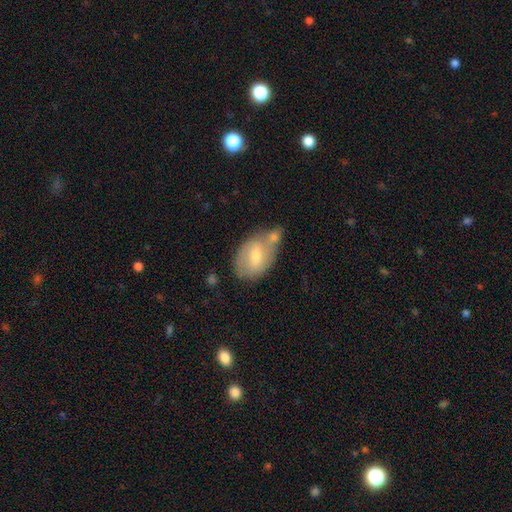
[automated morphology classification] smooth-or-featured: smooth: 56% | featured or disk: 37% | star or artifact: 7%
  how-rounded: in between: 81% | round: 17% | cigar-shaped: 2%
  merging: none: 40% | merger: 36% | minor disturbance: 17% | major disturbance: 6%